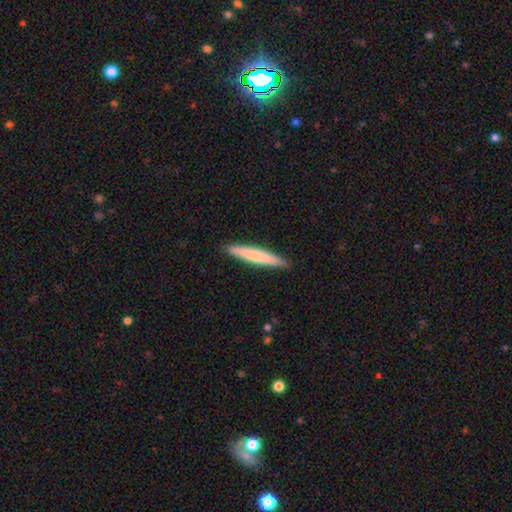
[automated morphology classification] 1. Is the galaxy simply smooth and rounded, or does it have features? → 70% smooth, 25% featured or disk, 5% star or artifact.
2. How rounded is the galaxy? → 94% cigar-shaped, 4% in between, 1% round.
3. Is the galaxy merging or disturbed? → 90% none, 8% minor disturbance, 1% major disturbance, 1% merger.